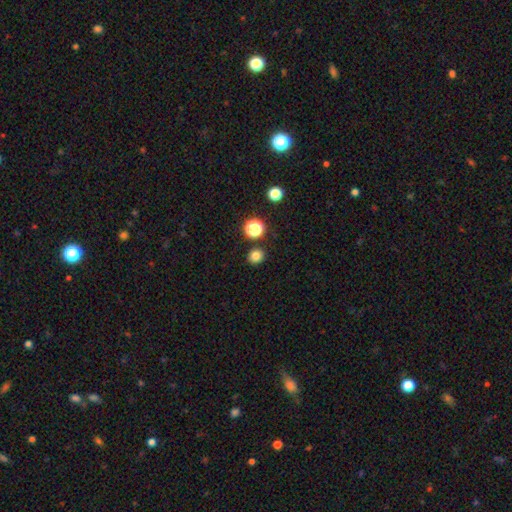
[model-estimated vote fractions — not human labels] smooth-or-featured: smooth: 81% | star or artifact: 14% | featured or disk: 5%
  how-rounded: round: 81% | in between: 18% | cigar-shaped: 1%
  merging: none: 88% | minor disturbance: 6% | merger: 3% | major disturbance: 2%